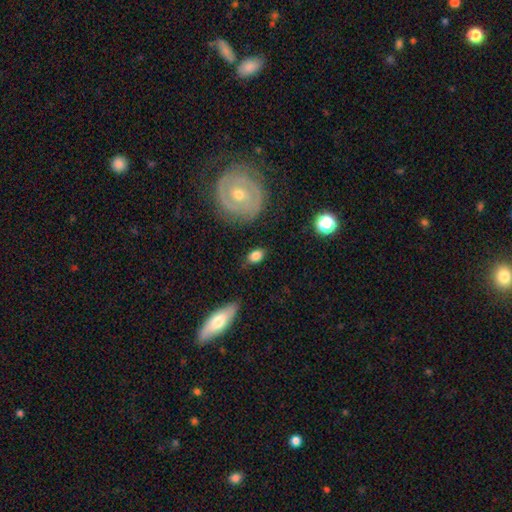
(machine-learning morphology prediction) Smooth or featured? Predicted: smooth (p=0.76). How rounded? Predicted: in between (p=0.82). Merging? Predicted: none (p=0.73).